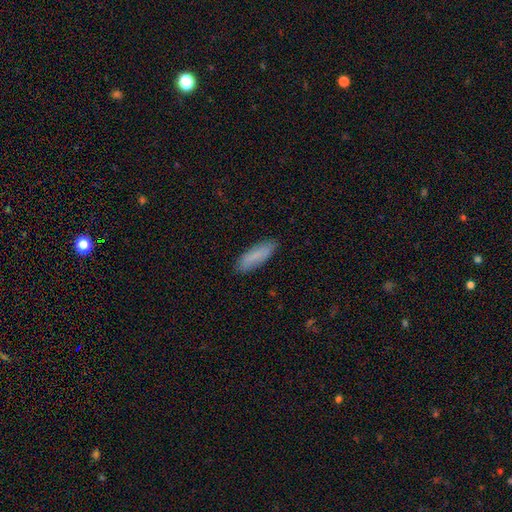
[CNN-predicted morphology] Smooth or featured?
  - smooth: 83% *
  - featured or disk: 11%
  - star or artifact: 6%
How rounded?
  - in between: 50% *
  - cigar-shaped: 49%
  - round: 2%
Merging?
  - none: 86% *
  - minor disturbance: 11%
  - major disturbance: 2%
  - merger: 1%